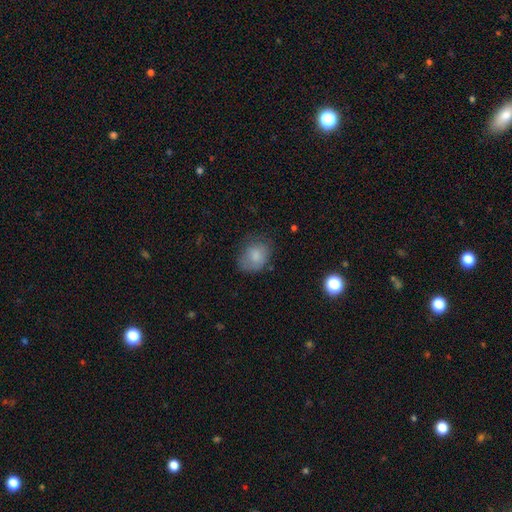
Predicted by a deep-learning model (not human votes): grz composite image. It shows a smooth galaxy with no disk features (80%) that is in between round and cigar-shaped (58%). Merging: none (58%).